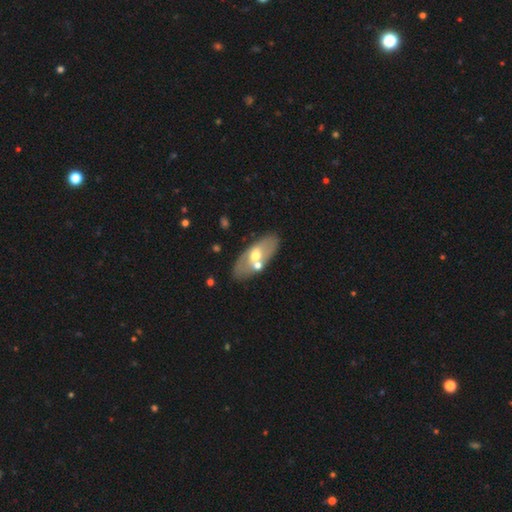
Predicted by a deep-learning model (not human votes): smooth_or_featured: featured or disk (p=0.50) [alt: smooth p=0.44]
disk_edge_on: no (p=0.80) [alt: yes p=0.20]
merging: none (p=0.71) [alt: merger p=0.13]